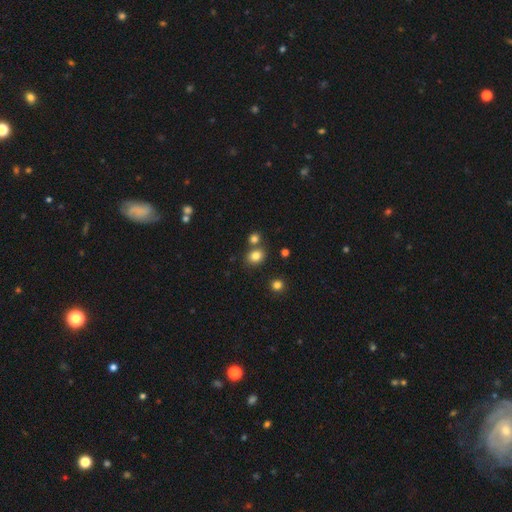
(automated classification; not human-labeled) smooth 81%, star or artifact 13%, featured or disk 6%. Down the decision tree: how rounded — round (61%); merging — none (68%).